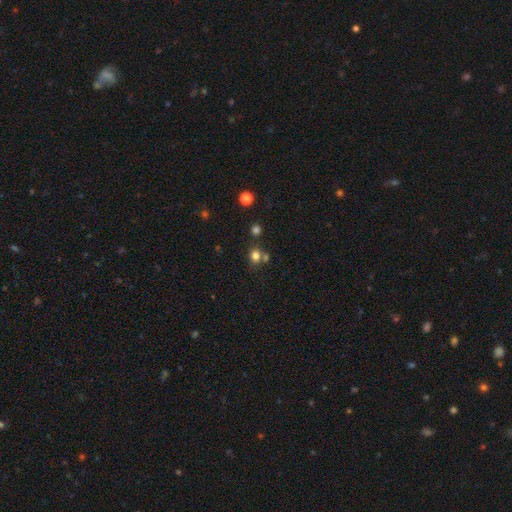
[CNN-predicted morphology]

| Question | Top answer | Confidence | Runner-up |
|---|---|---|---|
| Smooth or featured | smooth | 77% | star or artifact (15%) |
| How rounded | round | 76% | in between (23%) |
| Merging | none | 63% | merger (22%) |